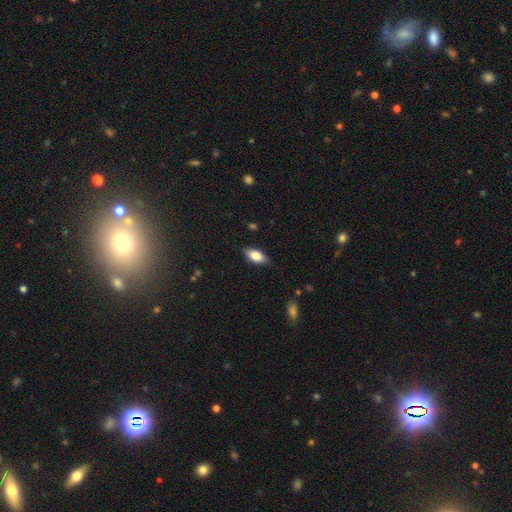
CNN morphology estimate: Smooth or featured? smooth (82%)
How rounded? in between (89%)
Merging? none (85%)